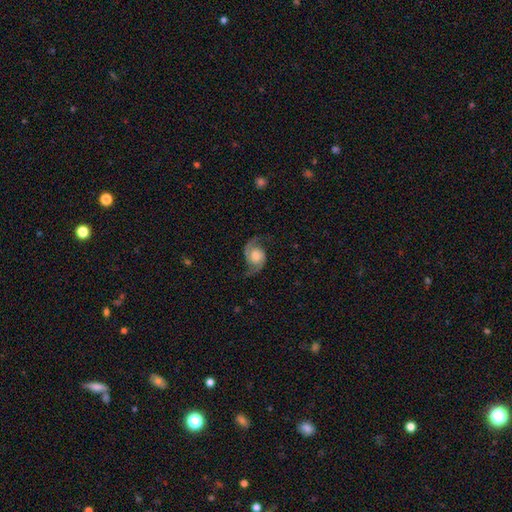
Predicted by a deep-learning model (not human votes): This appears to be a featured or disk galaxy (88%) with no bar (68%), 2 (94%) medium (48%) spiral arms (98%) and a moderate central bulge (45%). Merging: none (76%).